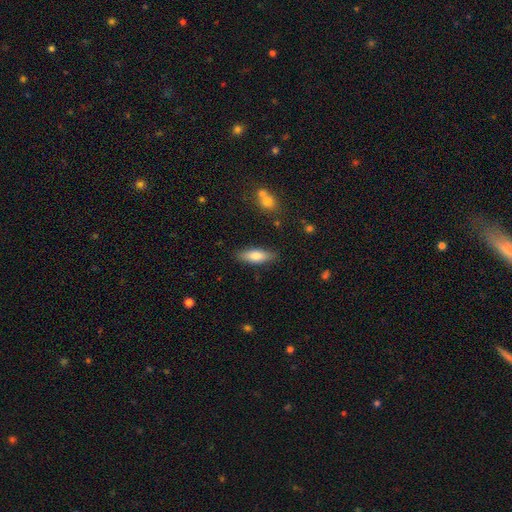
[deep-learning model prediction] Morphology: type=smooth (76%); roundness=in between (58%); merging=none (85%).